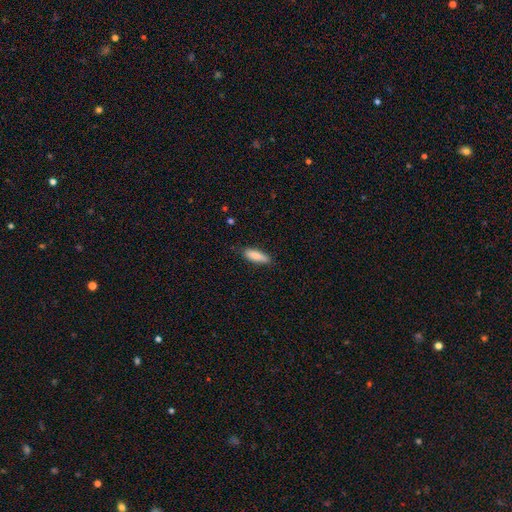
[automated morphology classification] This is clearly a smooth galaxy (85%). How rounded: possibly cigar-shaped (55%). Merging: clearly none (83%).